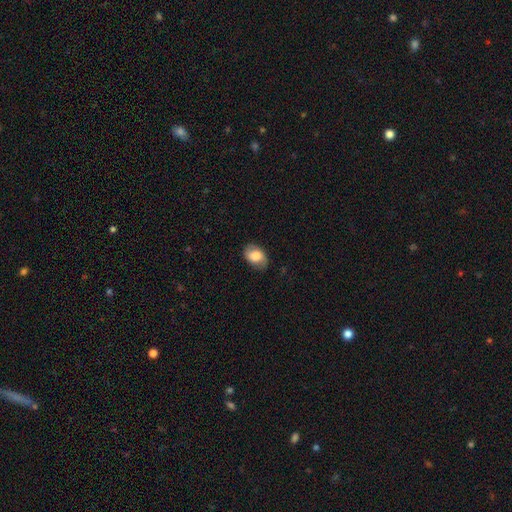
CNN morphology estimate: Q: Smooth or featured?
A: smooth (67%); runner-up: featured or disk (25%)
Q: How rounded?
A: in between (81%); runner-up: round (18%)
Q: Merging?
A: none (79%); runner-up: minor disturbance (16%)